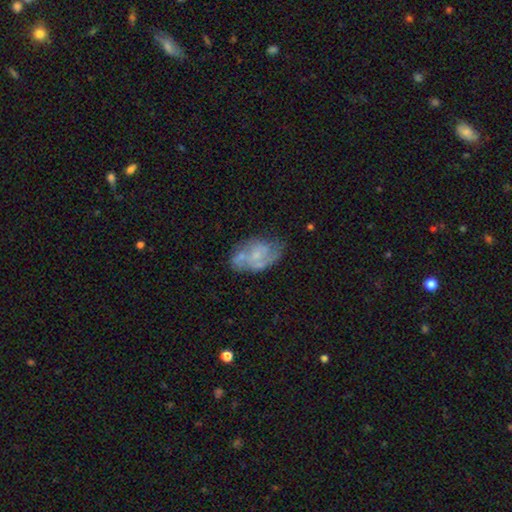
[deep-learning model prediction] Q: Smooth or featured?
A: featured or disk (62%); runner-up: smooth (29%)
Q: Edge-on disk?
A: no (96%); runner-up: yes (4%)
Q: Bar?
A: no (73%); runner-up: weak (23%)
Q: Spiral arms?
A: yes (60%); runner-up: no (40%)
Q: Bulge size?
A: small (53%); runner-up: moderate (22%)
Q: Merging?
A: none (48%); runner-up: minor disturbance (26%)